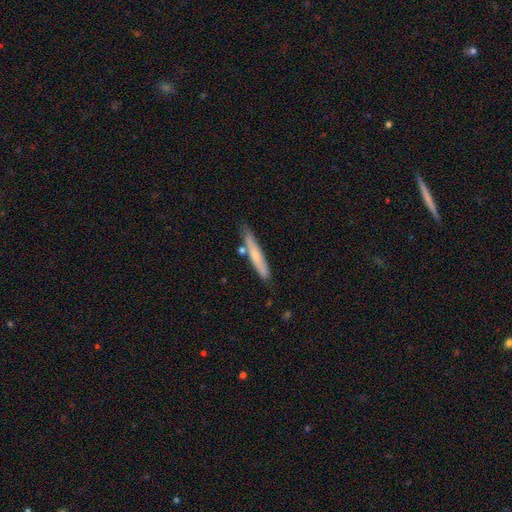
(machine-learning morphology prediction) Smooth or featured?
  - smooth: 58% *
  - featured or disk: 37%
  - star or artifact: 6%
How rounded?
  - cigar-shaped: 93% *
  - in between: 6%
  - round: 1%
Merging?
  - none: 76% *
  - minor disturbance: 15%
  - merger: 6%
  - major disturbance: 3%